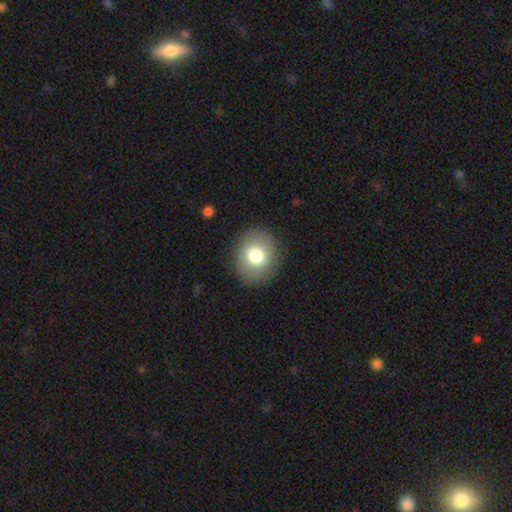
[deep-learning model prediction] smooth 77%, featured or disk 14%, star or artifact 9%. Down the decision tree: how rounded — round (68%); merging — none (88%).